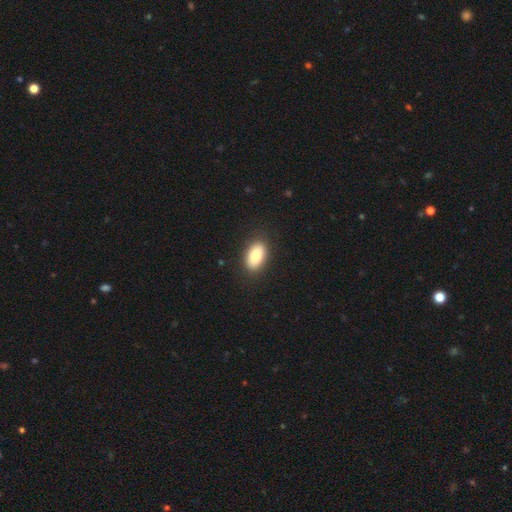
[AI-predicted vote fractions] The model was most divided on "smooth or featured": smooth: 84%, featured or disk: 9%, star or artifact: 7%. More confident: how rounded — in between (92%); merging — none (88%).